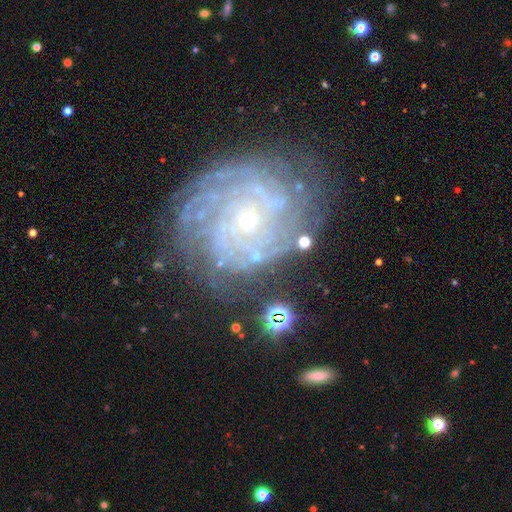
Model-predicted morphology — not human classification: smooth-or-featured: featured or disk: 82% | star or artifact: 10% | smooth: 8%
  disk-edge-on: no: 97% | yes: 3%
    bar: no: 77% | weak: 17% | strong: 6%
    has-spiral-arms: yes: 94% | no: 6%
      spiral-winding: tight: 75% | medium: 19% | loose: 5%
      spiral-arm-count: can't tell: 32% | more than 4: 21% | 4: 16% | 3: 12% | 2: 10% | 1: 8%
    bulge-size: small: 63% | moderate: 30% | none: 3% | large: 3% | dominant: 1%
  merging: none: 71% | minor disturbance: 17% | major disturbance: 9% | merger: 3%